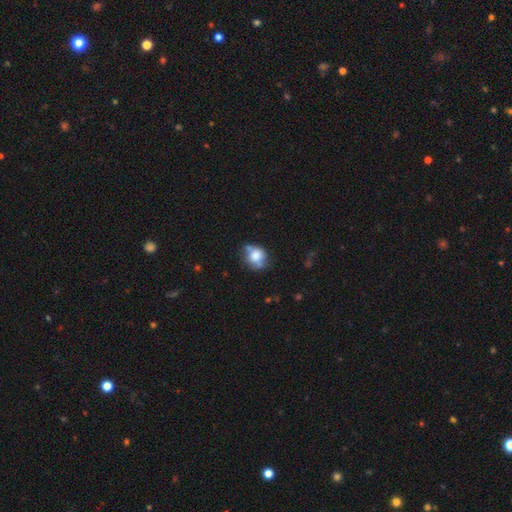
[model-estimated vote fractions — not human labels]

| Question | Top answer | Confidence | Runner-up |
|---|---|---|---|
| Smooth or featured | smooth | 70% | featured or disk (21%) |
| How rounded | round | 56% | in between (42%) |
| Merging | none | 49% | minor disturbance (29%) |